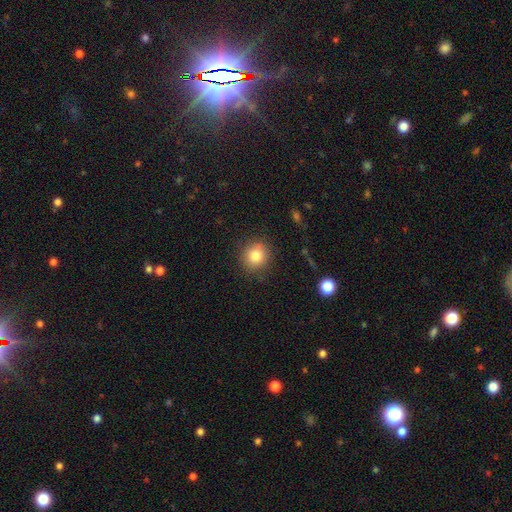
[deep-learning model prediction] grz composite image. It shows a smooth galaxy with no disk features (81%) that is round (88%). Merging: none (86%).